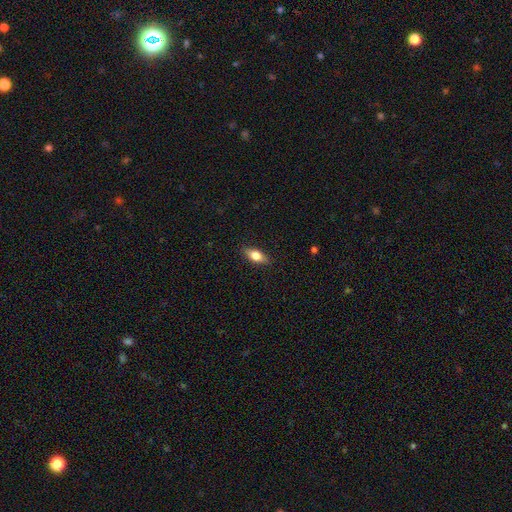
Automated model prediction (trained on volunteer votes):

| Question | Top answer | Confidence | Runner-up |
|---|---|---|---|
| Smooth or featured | smooth | 68% | featured or disk (24%) |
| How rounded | in between | 78% | cigar-shaped (17%) |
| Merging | none | 87% | minor disturbance (10%) |